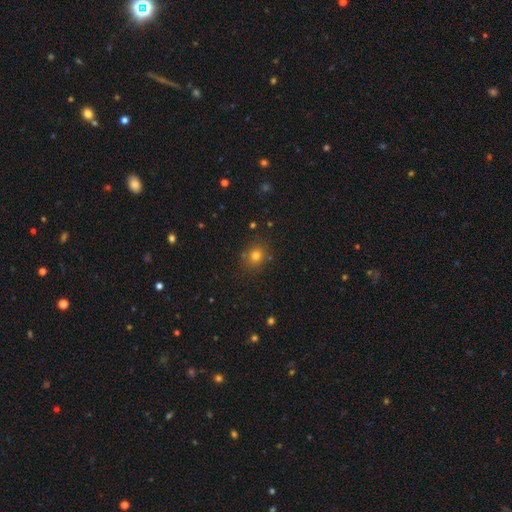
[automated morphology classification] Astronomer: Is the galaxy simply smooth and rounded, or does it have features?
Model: smooth — 77%.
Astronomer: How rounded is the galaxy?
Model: round — 74%.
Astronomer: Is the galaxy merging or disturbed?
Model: none — 82%.